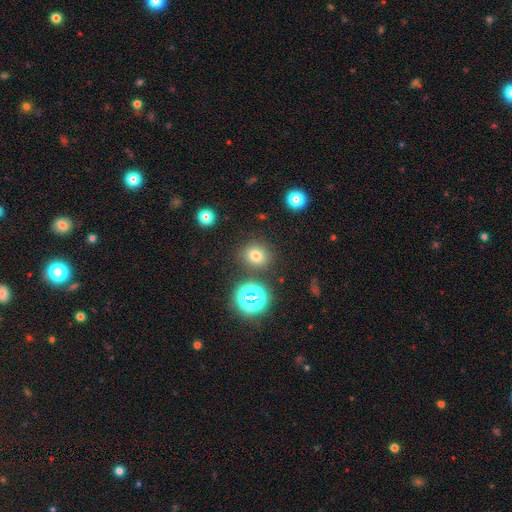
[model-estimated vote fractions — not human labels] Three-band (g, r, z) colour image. It shows a smooth galaxy with no disk features (71%) that is round (75%). Merging: none (82%).